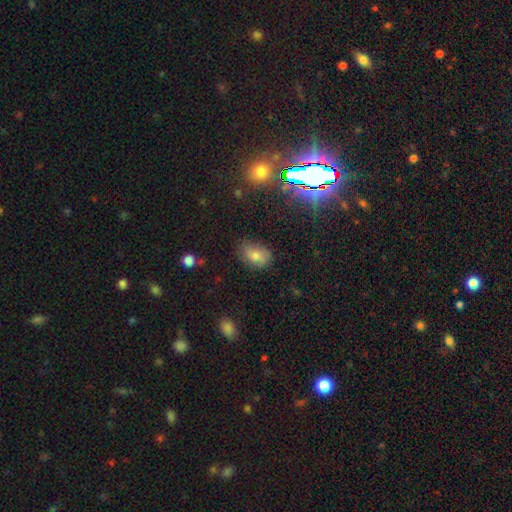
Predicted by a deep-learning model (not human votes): smooth-or-featured: smooth: 68% | star or artifact: 16% | featured or disk: 16%
  how-rounded: in between: 80% | round: 18% | cigar-shaped: 2%
  merging: none: 69% | minor disturbance: 23% | major disturbance: 6% | merger: 2%